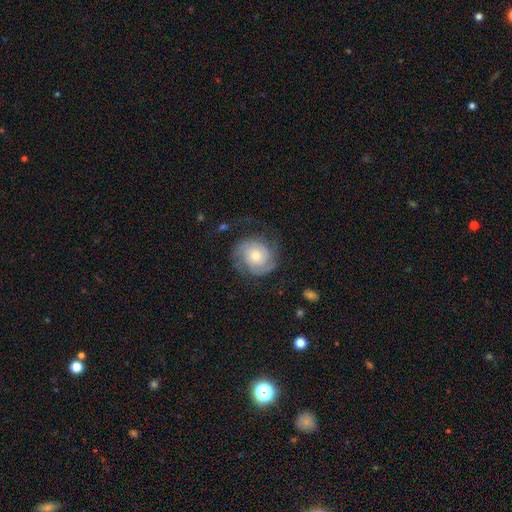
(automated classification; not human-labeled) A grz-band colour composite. It shows a featured or disk galaxy (77%) with no bar (74%), 2 (55%) tight (62%) spiral arms (95%) and a moderate central bulge (49%). Merging: none (70%).